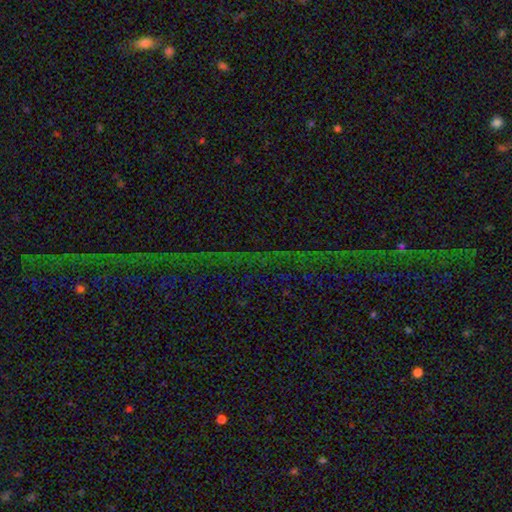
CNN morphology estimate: type=star or artifact (80%).